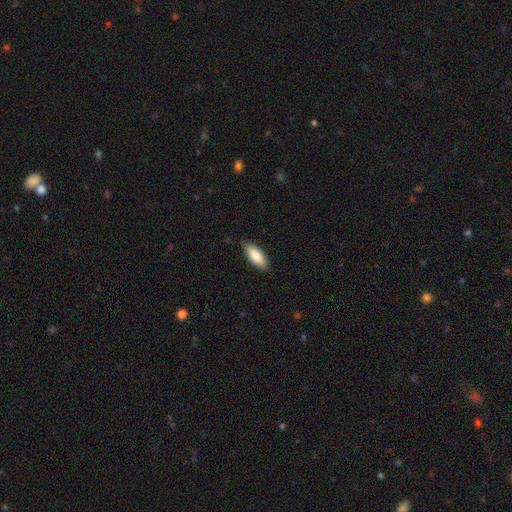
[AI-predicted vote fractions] A smooth galaxy with no disk features (81%) that is in between round and cigar-shaped (79%).

Vote fractions:
- Smooth or featured? smooth: 81% / featured or disk: 13% / star or artifact: 6%
- How rounded? in between: 79% / cigar-shaped: 19% / round: 2%
- Merging? none: 82% / minor disturbance: 15% / major disturbance: 2% / merger: 1%